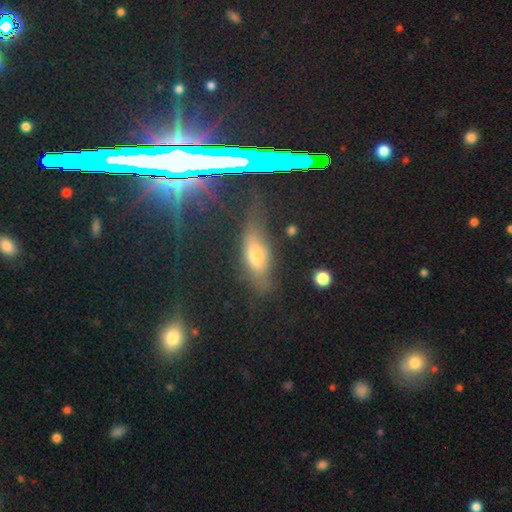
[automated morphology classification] A smooth galaxy with no disk features (50%). Merging: none (74%).